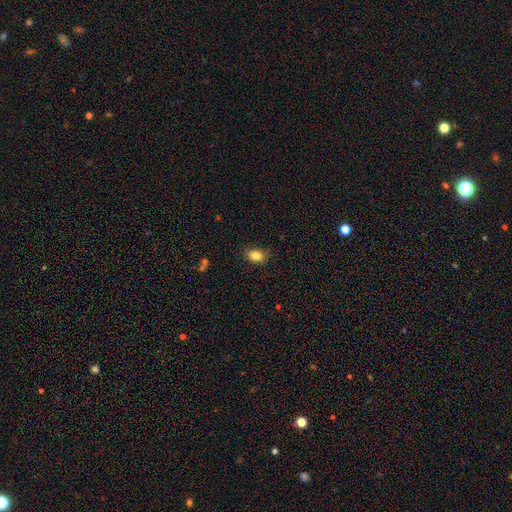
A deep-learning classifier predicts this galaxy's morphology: smooth-or-featured: smooth: 85% | star or artifact: 9% | featured or disk: 6%
  how-rounded: in between: 80% | round: 19% | cigar-shaped: 1%
  merging: none: 84% | minor disturbance: 13% | major disturbance: 3% | merger: 1%